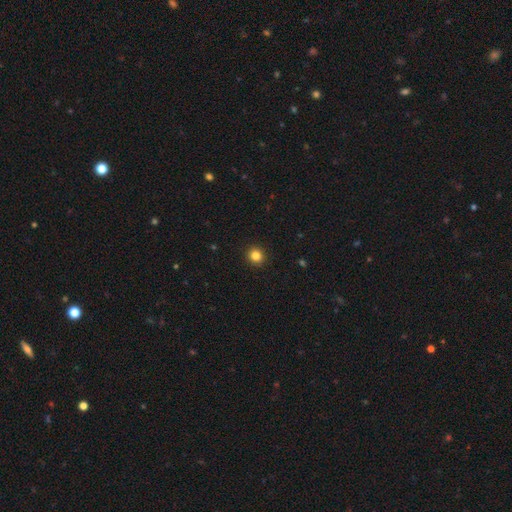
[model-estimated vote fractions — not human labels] smooth 84%, star or artifact 12%, featured or disk 4%. Down the decision tree: how rounded — round (92%); merging — none (93%).